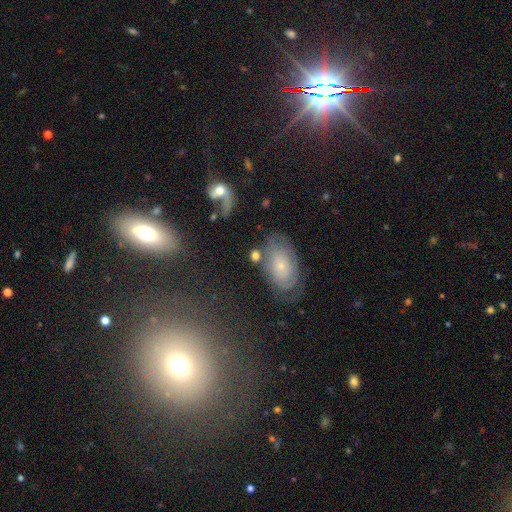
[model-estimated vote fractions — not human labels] A smooth galaxy with no disk features (52%) that is in between round and cigar-shaped (65%). Merging: none (61%).